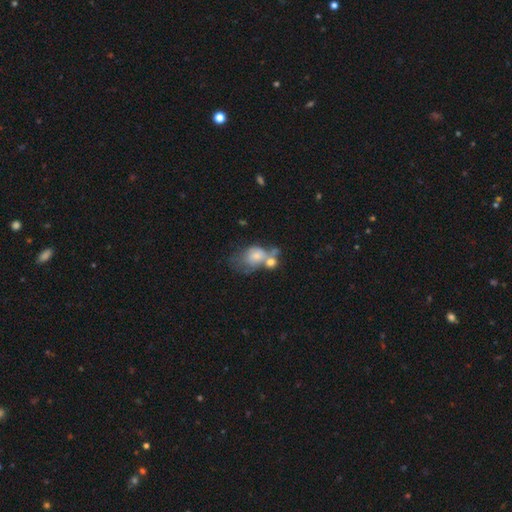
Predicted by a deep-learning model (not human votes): smooth 66%, featured or disk 25%, star or artifact 9%. Down the decision tree: how rounded — in between (63%); merging — merger (52%).